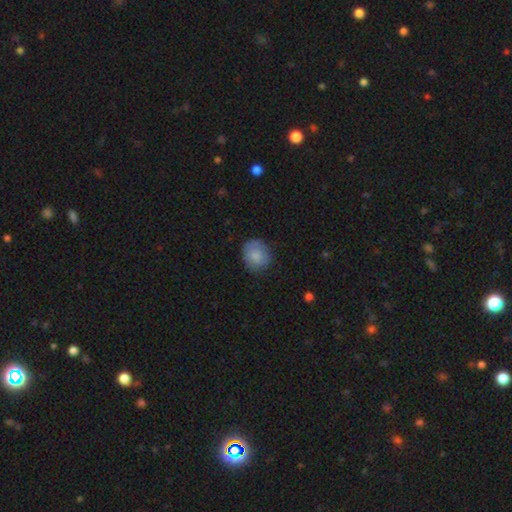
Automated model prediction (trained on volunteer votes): Morphology: type=smooth (78%); roundness=round (76%); merging=none (73%).